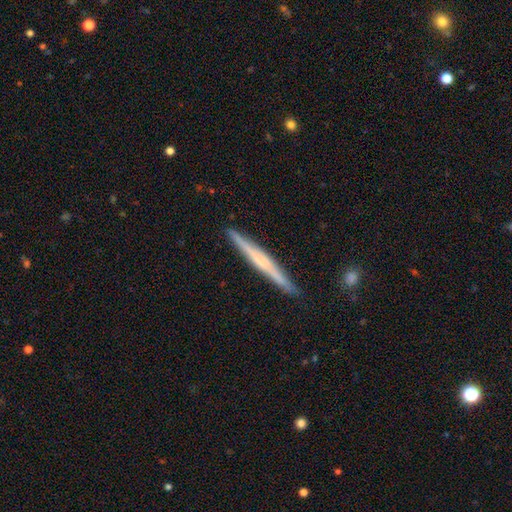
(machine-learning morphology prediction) type=featured or disk (62%); edge-on=yes (98%); edge-on bulge=rounded (45%); merging=none (92%).